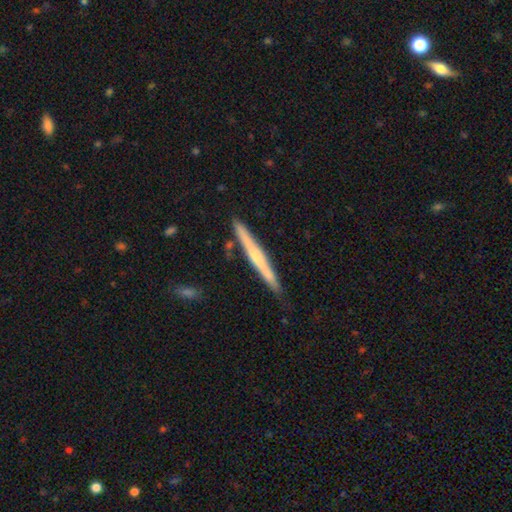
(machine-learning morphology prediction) Smooth or featured? Predicted: featured or disk (p=0.49). Merging? Predicted: none (p=0.85).